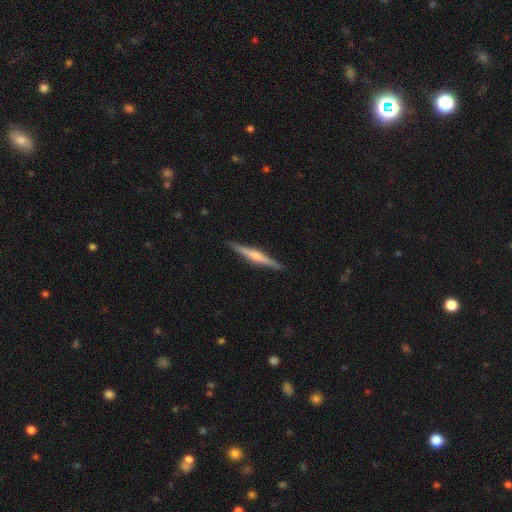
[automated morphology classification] Smooth or featured: featured or disk — 69% (smooth — 26%)
Edge-on disk: yes — 98% (no — 2%)
Edge-on bulge: rounded — 77% (boxy — 13%)
Merging: none — 92% (minor disturbance — 6%)